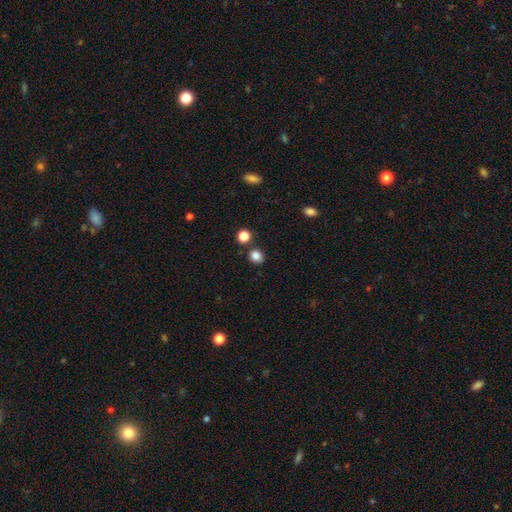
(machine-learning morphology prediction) The model was most divided on "how rounded": round: 79%, in between: 20%, cigar-shaped: 1%. More confident: smooth or featured — smooth (84%); merging — none (82%).